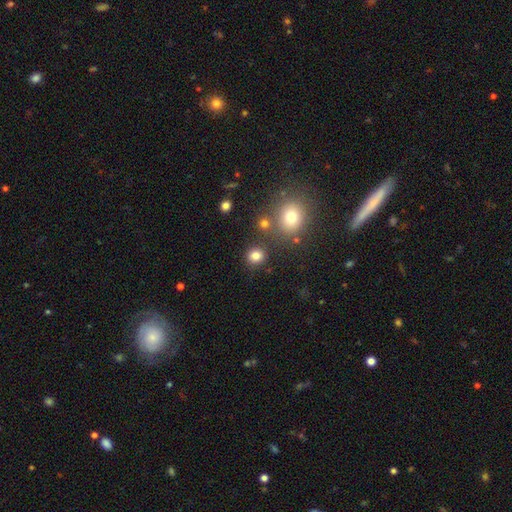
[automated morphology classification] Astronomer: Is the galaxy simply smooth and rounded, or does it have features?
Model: smooth — 81%.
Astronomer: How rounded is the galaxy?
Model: round — 86%.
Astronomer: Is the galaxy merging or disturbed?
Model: none — 84%.